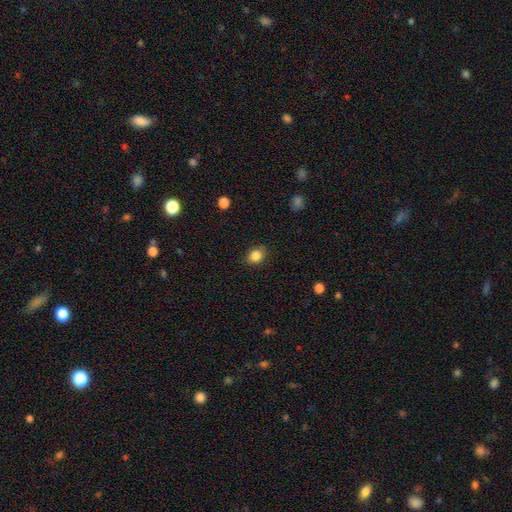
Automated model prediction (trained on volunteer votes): Overall: smooth (85%). How rounded: round (56%; in between 43%). Merging: none (83%).